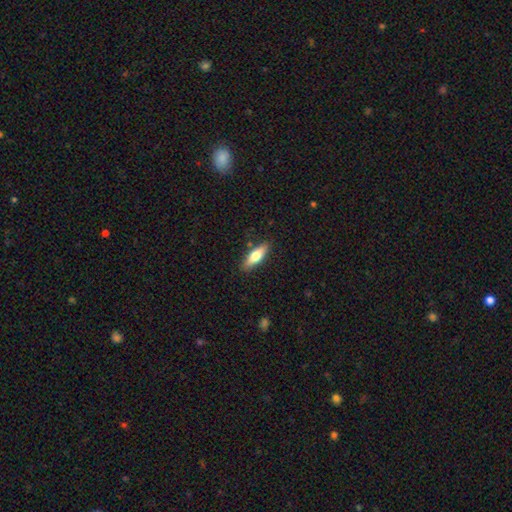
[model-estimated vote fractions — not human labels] Smooth or featured: smooth — 66% (featured or disk — 28%)
How rounded: in between — 52% (cigar-shaped — 46%)
Merging: none — 86% (minor disturbance — 10%)